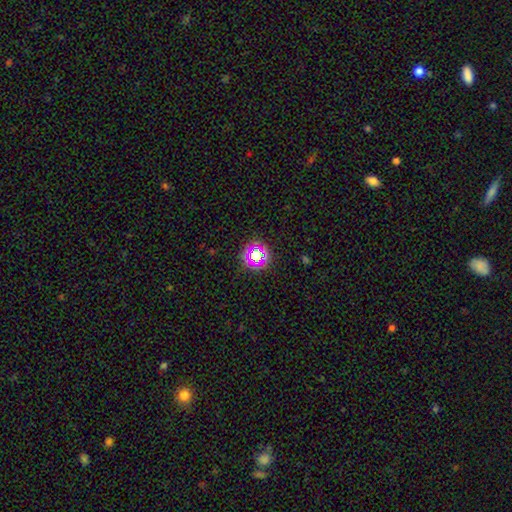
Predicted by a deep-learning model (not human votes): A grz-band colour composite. It shows a star or artifact, not a galaxy (59%).